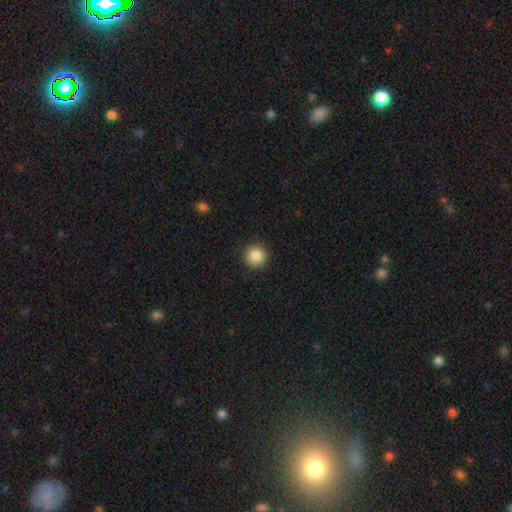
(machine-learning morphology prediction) This appears to be a smooth galaxy with no disk features (87%) that is round (95%). Merging: none (92%).